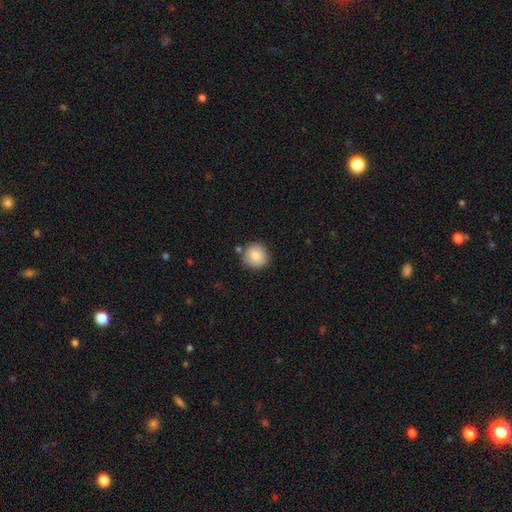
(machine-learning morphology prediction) smooth-or-featured: smooth: 82% | featured or disk: 10% | star or artifact: 8%
  how-rounded: round: 93% | in between: 6% | cigar-shaped: 1%
  merging: none: 81% | minor disturbance: 11% | merger: 6% | major disturbance: 2%